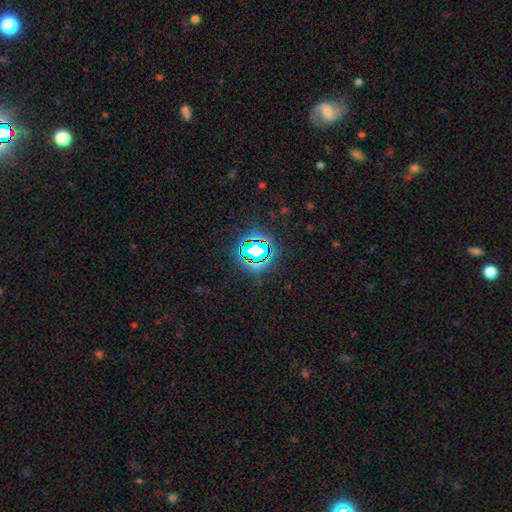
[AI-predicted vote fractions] Smooth or featured? star or artifact (71%)